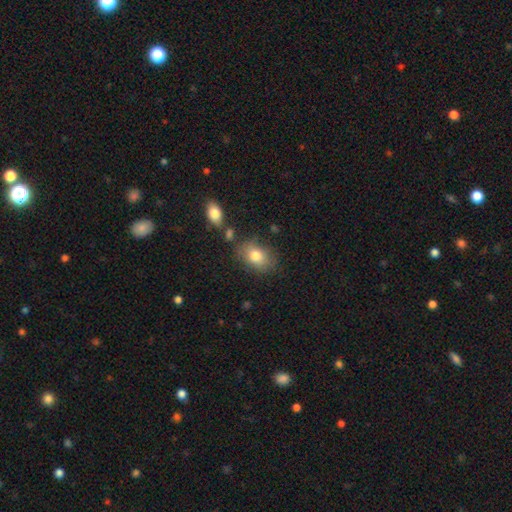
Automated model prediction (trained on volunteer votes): smooth 80%, featured or disk 11%, star or artifact 8%. Down the decision tree: how rounded — in between (77%); merging — none (72%).